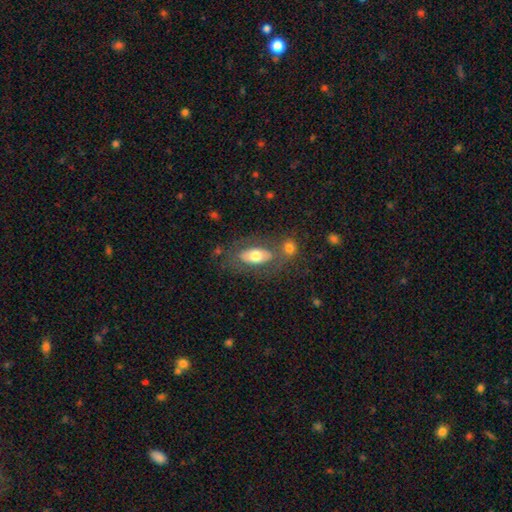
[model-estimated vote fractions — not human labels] Smooth or featured? Predicted: smooth (p=0.61). How rounded? Predicted: in between (p=0.88). Merging? Predicted: none (p=0.62).